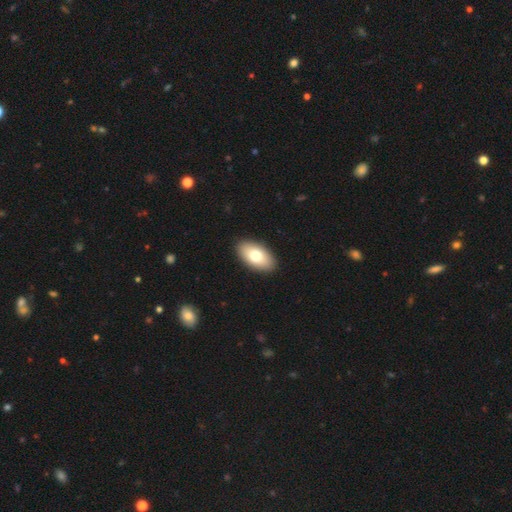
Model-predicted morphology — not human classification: smooth-or-featured: smooth: 76% | featured or disk: 18% | star or artifact: 6%
  how-rounded: in between: 94% | round: 3% | cigar-shaped: 2%
  merging: none: 91% | minor disturbance: 6% | major disturbance: 2% | merger: 1%